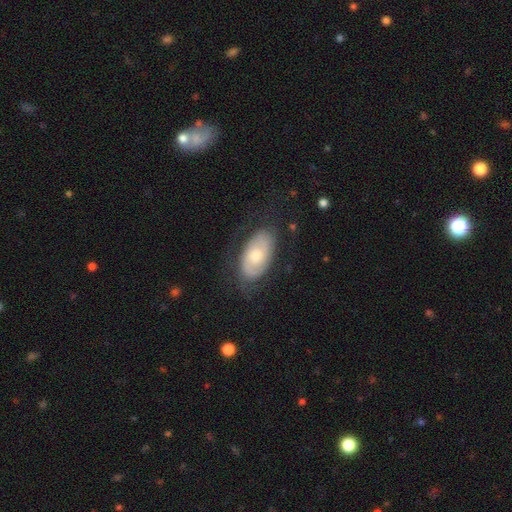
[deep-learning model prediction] Smooth or featured?
  - featured or disk: 54% *
  - smooth: 39%
  - star or artifact: 6%
Edge-on disk?
  - no: 93% *
  - yes: 7%
Bar?
  - no: 74% *
  - weak: 22%
  - strong: 4%
Spiral arms?
  - yes: 71% *
  - no: 29%
Bulge size?
  - moderate: 63% *
  - small: 28%
  - large: 6%
  - none: 2%
  - dominant: 1%
Merging?
  - none: 73% *
  - minor disturbance: 18%
  - major disturbance: 8%
  - merger: 1%